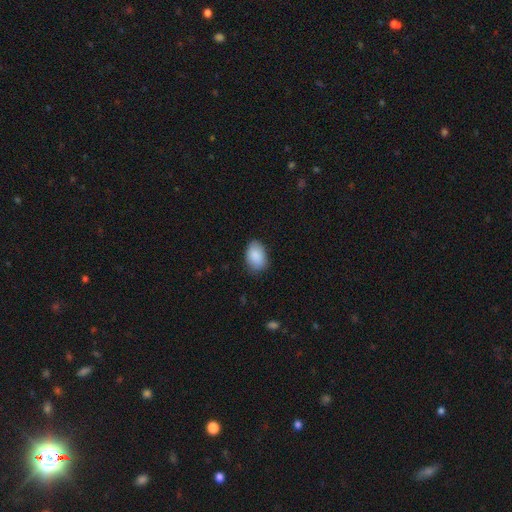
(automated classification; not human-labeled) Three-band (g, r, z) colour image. It shows a smooth galaxy with no disk features (89%) that is in between round and cigar-shaped (88%). Merging: none (81%).